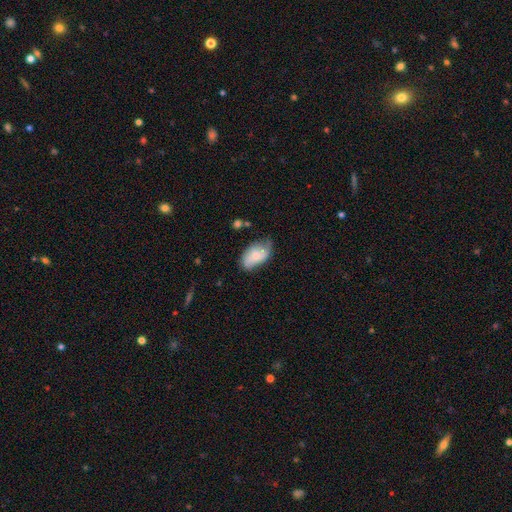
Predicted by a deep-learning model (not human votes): smooth-or-featured: smooth: 64% | featured or disk: 29% | star or artifact: 7%
  how-rounded: in between: 93% | round: 6% | cigar-shaped: 2%
  merging: none: 47% | minor disturbance: 37% | major disturbance: 12% | merger: 4%